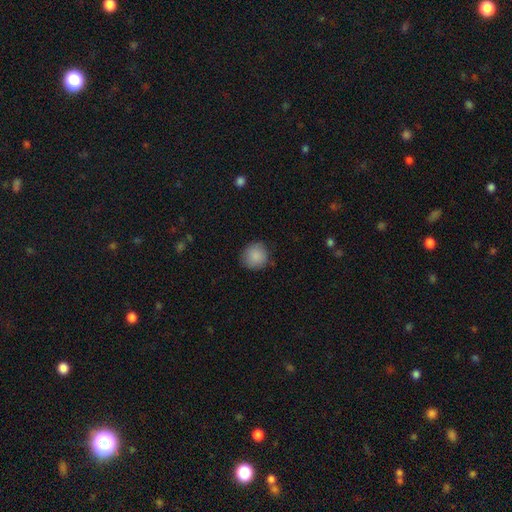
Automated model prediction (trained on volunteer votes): Q: Smooth or featured?
A: smooth (89%); runner-up: star or artifact (7%)
Q: How rounded?
A: round (91%); runner-up: in between (8%)
Q: Merging?
A: none (86%); runner-up: minor disturbance (10%)